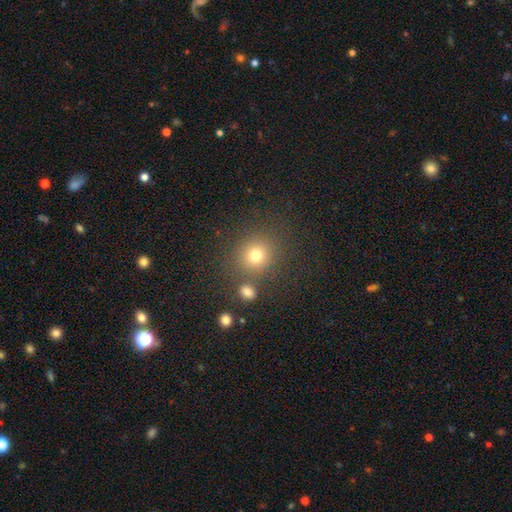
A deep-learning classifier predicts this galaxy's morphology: This is likely a smooth galaxy (76%). How rounded: clearly round (82%). Merging: likely none (78%).